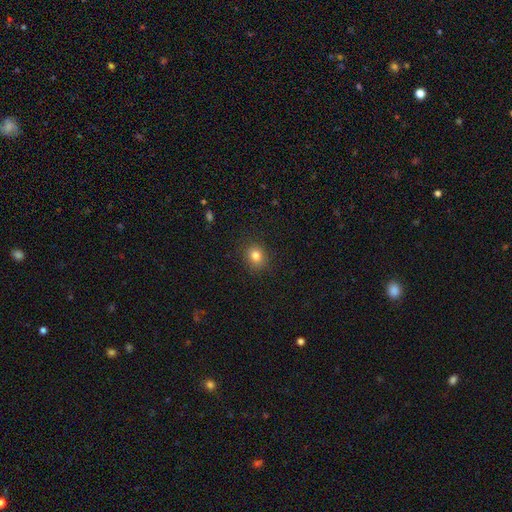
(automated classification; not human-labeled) Morphology: type=smooth (81%); roundness=round (73%); merging=none (88%).